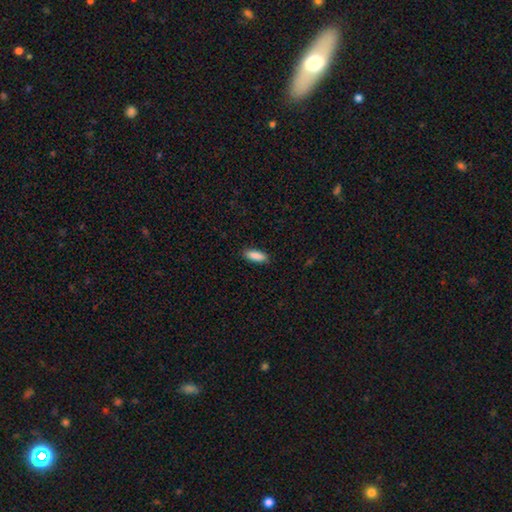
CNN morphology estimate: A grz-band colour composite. It shows a smooth galaxy with no disk features (90%) that is in between round and cigar-shaped (68%). Merging: none (88%).